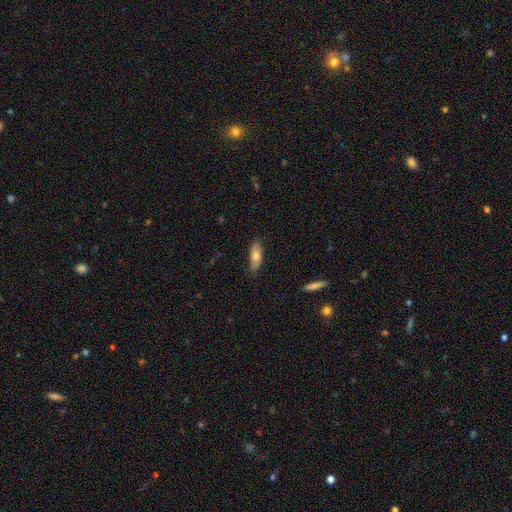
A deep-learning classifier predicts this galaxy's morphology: A smooth galaxy with no disk features (68%) that is in between round and cigar-shaped (65%).

Vote fractions:
- Smooth or featured? smooth: 68% / featured or disk: 25% / star or artifact: 7%
- How rounded? in between: 65% / cigar-shaped: 33% / round: 3%
- Merging? none: 82% / minor disturbance: 15% / major disturbance: 2% / merger: 1%